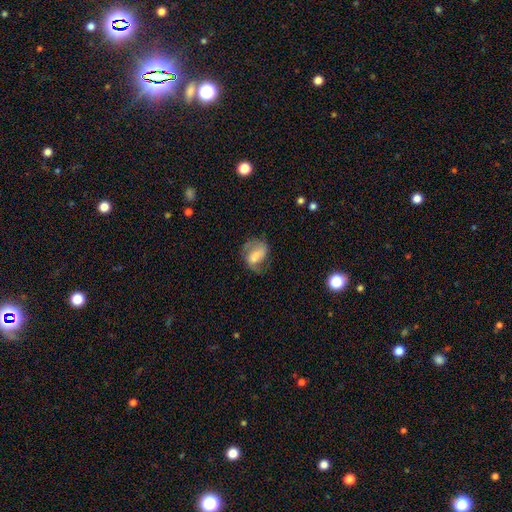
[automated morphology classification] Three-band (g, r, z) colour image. It shows a featured or disk galaxy (48%). Merging: none (41%).